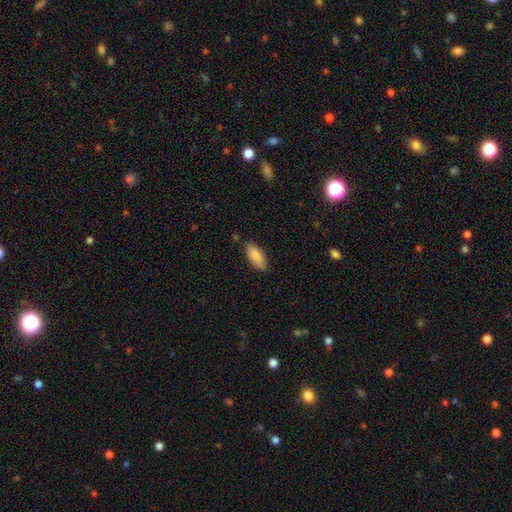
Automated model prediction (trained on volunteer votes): The model was most divided on "how rounded": in between: 77%, cigar-shaped: 22%, round: 2%. More confident: smooth or featured — smooth (86%); merging — none (85%).